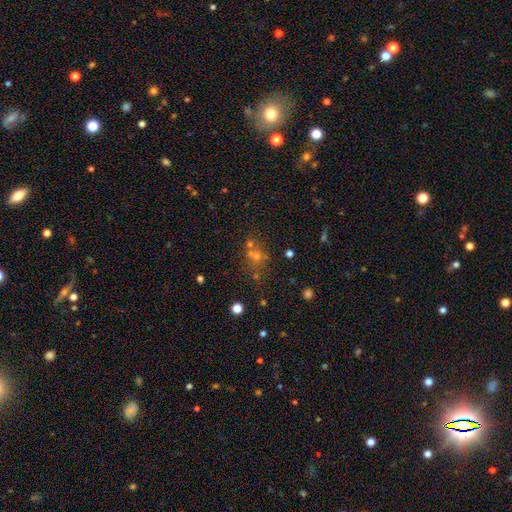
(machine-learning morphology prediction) smooth-or-featured: smooth: 44% | star or artifact: 40% | featured or disk: 16%
  merging: none: 53% | merger: 31% | minor disturbance: 10% | major disturbance: 6%